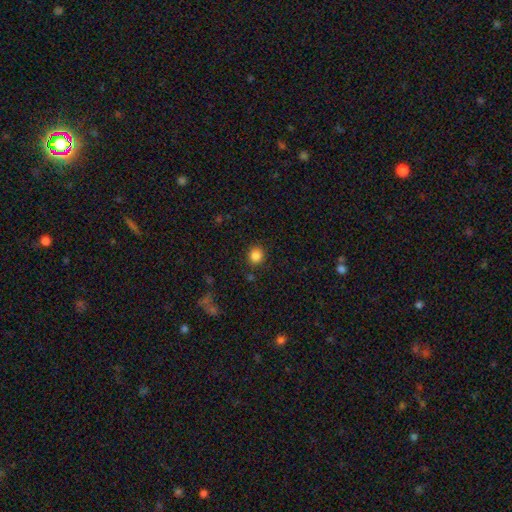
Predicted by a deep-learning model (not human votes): smooth-or-featured: smooth: 85% | star or artifact: 11% | featured or disk: 4%
  how-rounded: round: 84% | in between: 15% | cigar-shaped: 1%
  merging: none: 87% | minor disturbance: 8% | major disturbance: 3% | merger: 2%